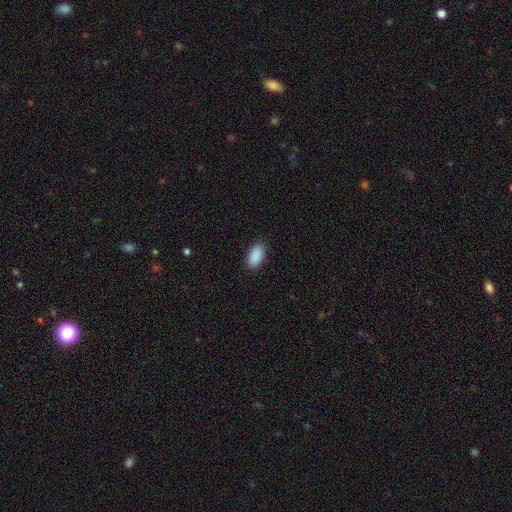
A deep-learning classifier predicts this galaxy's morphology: Overall: smooth (91%). How rounded: in between (94%). Merging: none (88%).